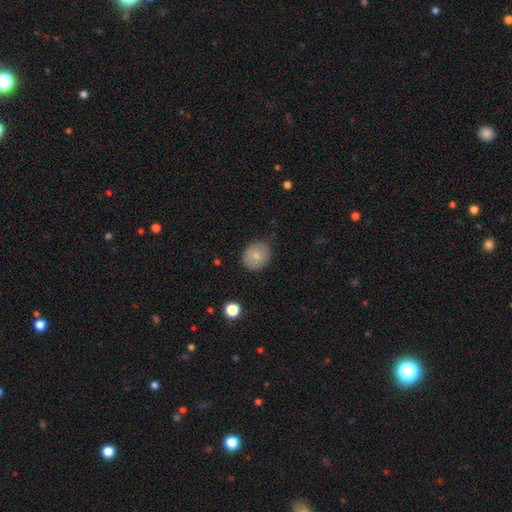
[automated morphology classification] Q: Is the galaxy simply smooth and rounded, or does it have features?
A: smooth — 78%.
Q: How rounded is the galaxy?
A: round — 64%.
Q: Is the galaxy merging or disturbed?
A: none — 82%.